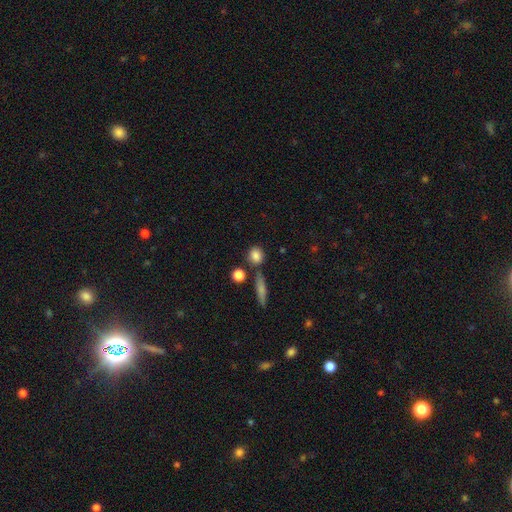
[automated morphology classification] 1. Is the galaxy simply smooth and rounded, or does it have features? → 83% smooth, 9% star or artifact, 8% featured or disk.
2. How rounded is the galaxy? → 73% round, 21% in between, 6% cigar-shaped.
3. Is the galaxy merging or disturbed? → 75% none, 11% merger, 11% minor disturbance, 3% major disturbance.